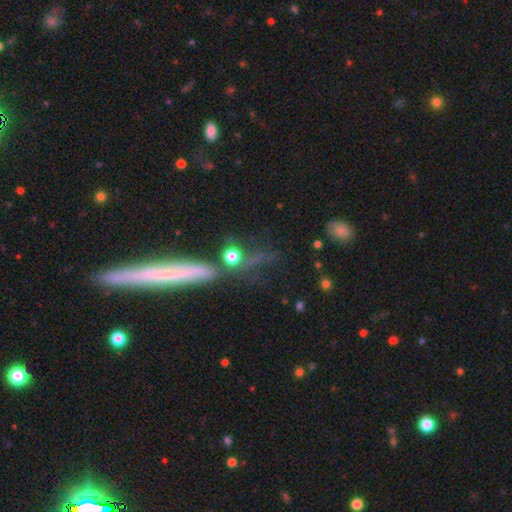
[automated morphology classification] Smooth or featured?
  - featured or disk: 40% * (tied)
  - smooth: 40% * (tied)
  - star or artifact: 20%
Merging?
  - none: 66% *
  - minor disturbance: 16%
  - merger: 10%
  - major disturbance: 9%